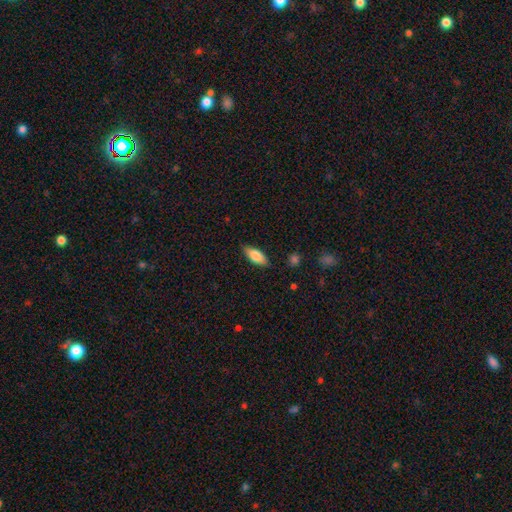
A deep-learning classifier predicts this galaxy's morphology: Smooth or featured? Predicted: smooth (p=0.79). How rounded? Predicted: in between (p=0.80). Merging? Predicted: none (p=0.83).